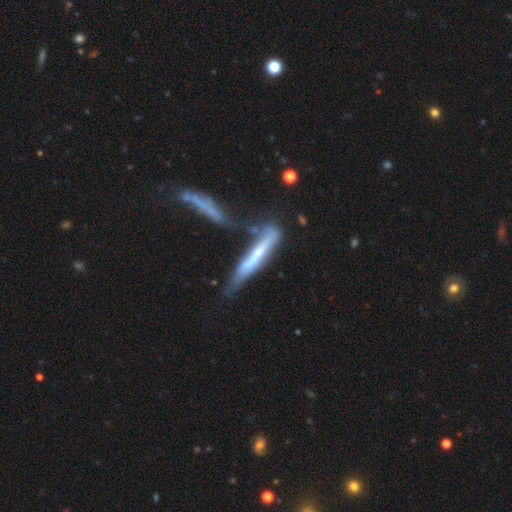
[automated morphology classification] This is possibly a featured or disk galaxy (58%). It is likely viewed edge-on (78%). Merging: marginally merger (34%).